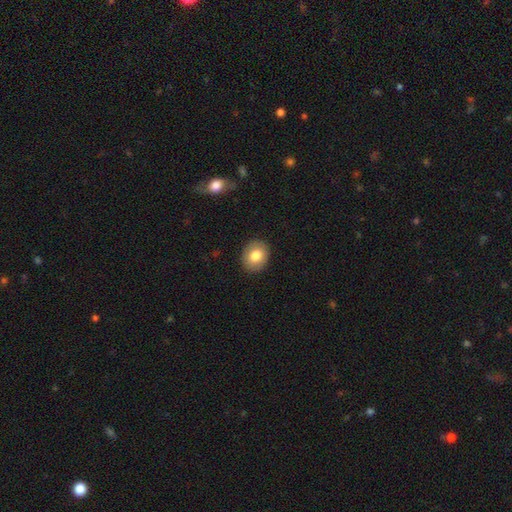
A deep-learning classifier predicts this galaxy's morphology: This appears to be a smooth galaxy with no disk features (81%) that is round (54%). Merging: none (90%).